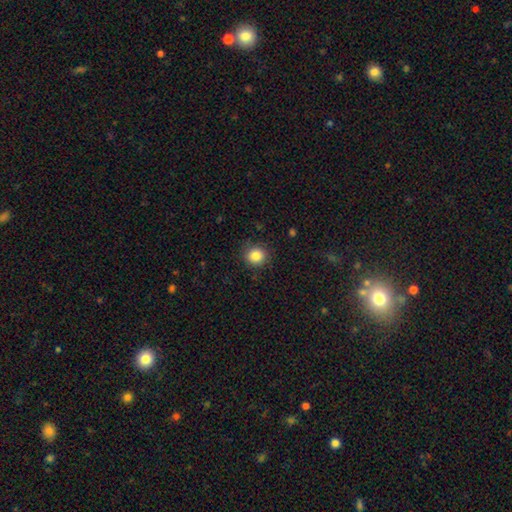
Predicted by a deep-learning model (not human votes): The model was most divided on "how rounded": round: 86%, in between: 13%, cigar-shaped: 1%. More confident: merging — none (87%); smooth or featured — smooth (85%).